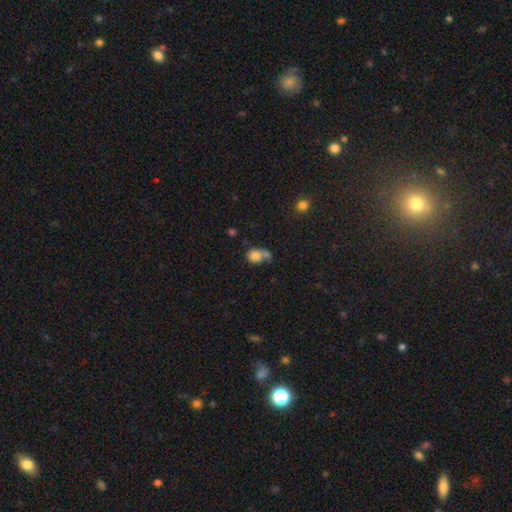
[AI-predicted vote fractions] This appears to be a smooth galaxy with no disk features (80%) that is round (60%). Merging: merger (41%).